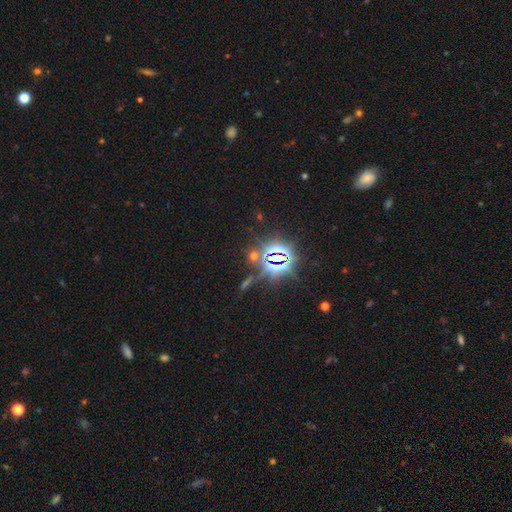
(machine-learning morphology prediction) Smooth or featured?
  - star or artifact: 83% *
  - smooth: 9%
  - featured or disk: 8%